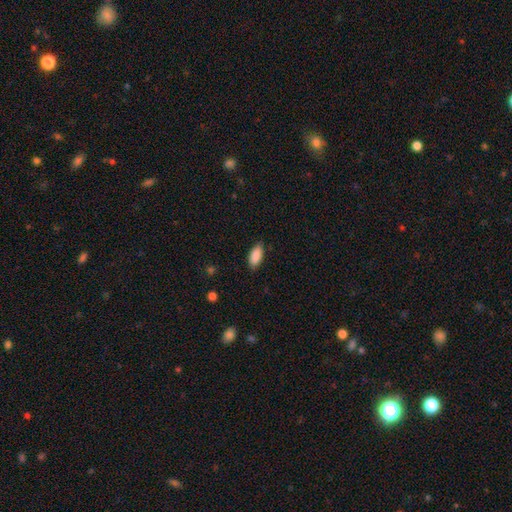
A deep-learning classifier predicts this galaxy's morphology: smooth-or-featured: smooth: 89% | star or artifact: 6% | featured or disk: 5%
  how-rounded: in between: 88% | cigar-shaped: 10% | round: 2%
  merging: none: 85% | minor disturbance: 12% | major disturbance: 2% | merger: 1%